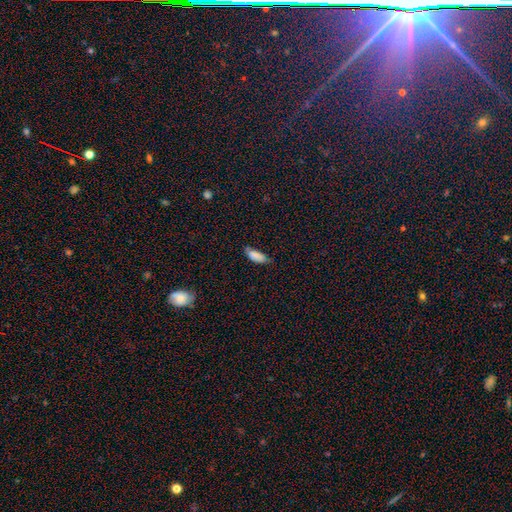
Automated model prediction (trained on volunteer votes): smooth 84%, star or artifact 8%, featured or disk 7%. Down the decision tree: how rounded — in between (77%); merging — none (55%).